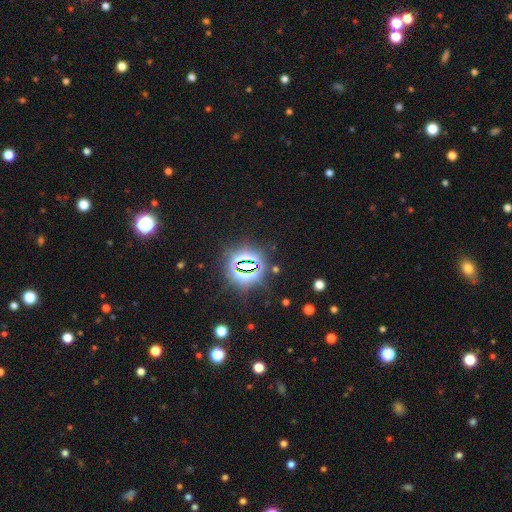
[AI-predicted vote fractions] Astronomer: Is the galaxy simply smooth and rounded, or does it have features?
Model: star or artifact — 82%.